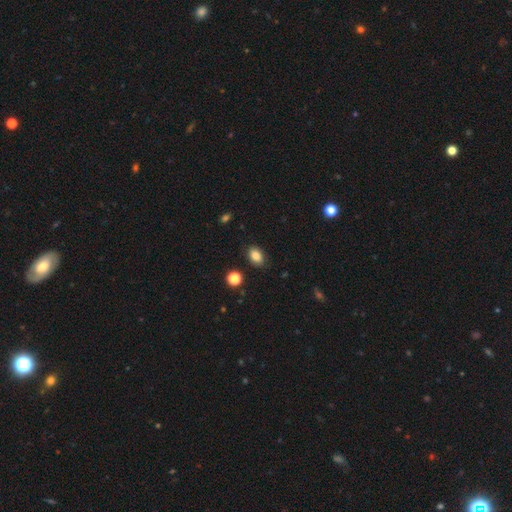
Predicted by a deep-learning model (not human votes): Q: Smooth or featured?
A: smooth (85%); runner-up: star or artifact (10%)
Q: How rounded?
A: in between (82%); runner-up: round (17%)
Q: Merging?
A: none (86%); runner-up: minor disturbance (10%)